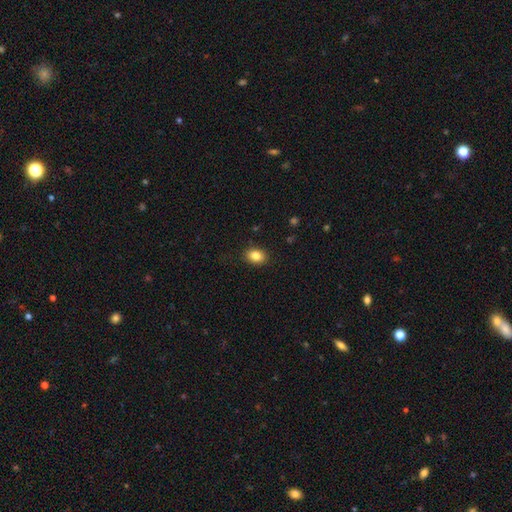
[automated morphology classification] type=smooth (84%); roundness=in between (70%); merging=none (89%).